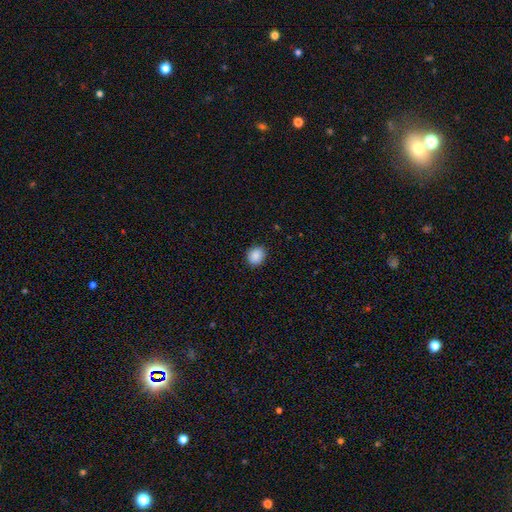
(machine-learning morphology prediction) Overall: smooth (87%). How rounded: round (73%). Merging: none (87%).